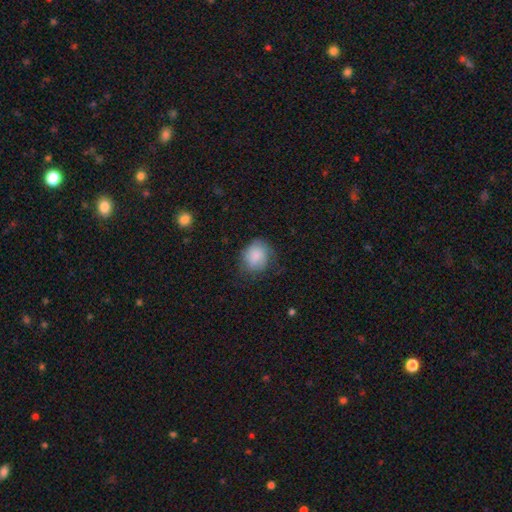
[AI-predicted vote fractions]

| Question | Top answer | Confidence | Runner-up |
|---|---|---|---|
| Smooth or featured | smooth | 78% | featured or disk (14%) |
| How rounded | round | 59% | in between (40%) |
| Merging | none | 61% | minor disturbance (26%) |